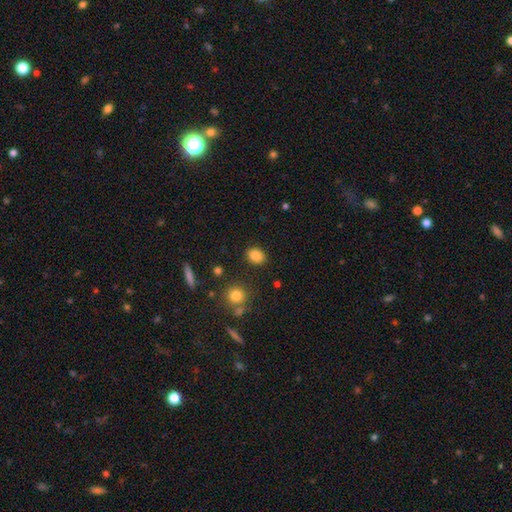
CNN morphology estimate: Smooth or featured? Predicted: smooth (p=0.85). How rounded? Predicted: in between (p=0.60). Merging? Predicted: none (p=0.84).